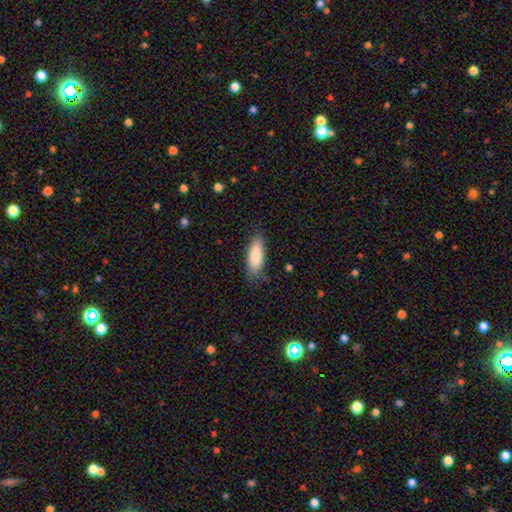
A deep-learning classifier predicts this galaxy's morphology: Smooth or featured: smooth — 86% (featured or disk — 8%)
How rounded: in between — 66% (cigar-shaped — 32%)
Merging: none — 80% (minor disturbance — 15%)